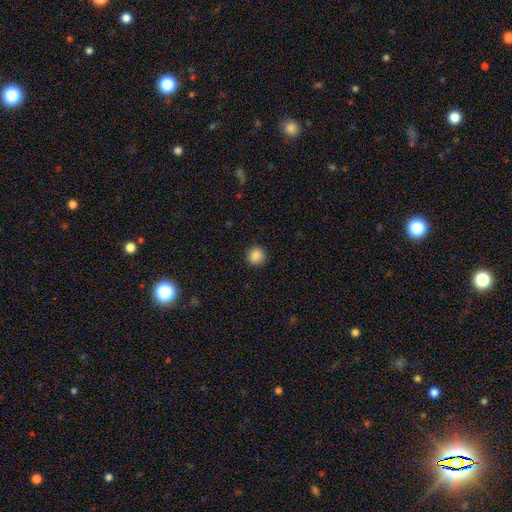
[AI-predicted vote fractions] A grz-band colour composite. It shows a smooth galaxy with no disk features (88%) that is round (92%). Merging: none (92%).